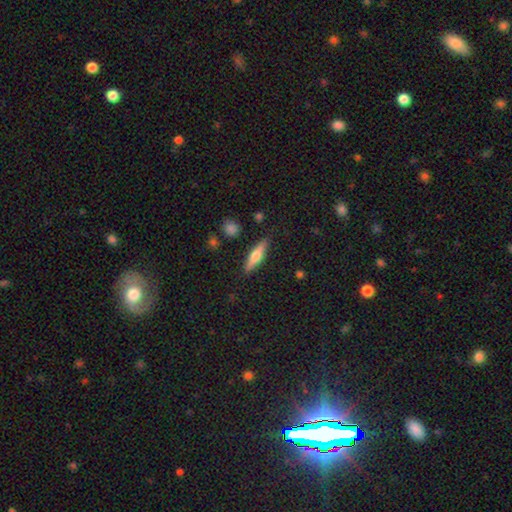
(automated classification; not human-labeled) A smooth galaxy with no disk features (51%) that is cigar-shaped (69%).

Vote fractions:
- Smooth or featured? smooth: 51% / featured or disk: 42% / star or artifact: 7%
- How rounded? cigar-shaped: 69% / in between: 28% / round: 3%
- Merging? none: 86% / minor disturbance: 10% / major disturbance: 3% / merger: 2%